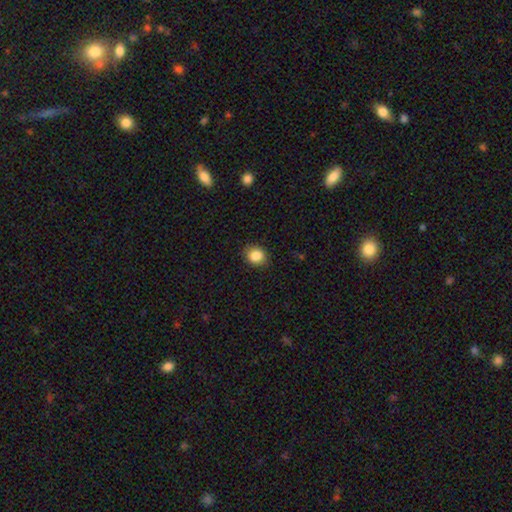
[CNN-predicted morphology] Smooth or featured: smooth — 86% (star or artifact — 9%)
How rounded: round — 68% (in between — 31%)
Merging: none — 86% (minor disturbance — 11%)